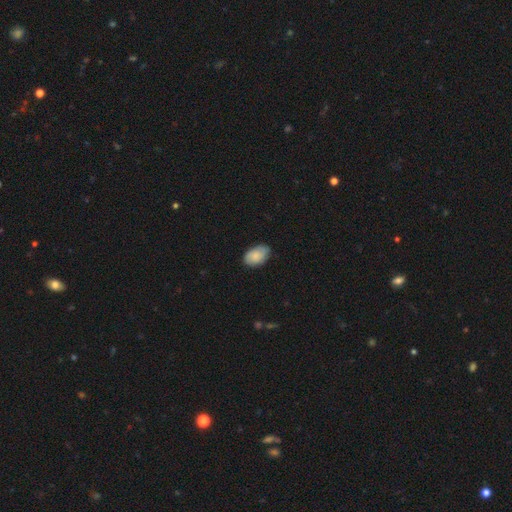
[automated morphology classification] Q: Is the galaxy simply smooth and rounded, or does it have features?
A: smooth — 83%.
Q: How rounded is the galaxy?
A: in between — 92%.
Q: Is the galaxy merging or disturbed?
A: none — 74%.